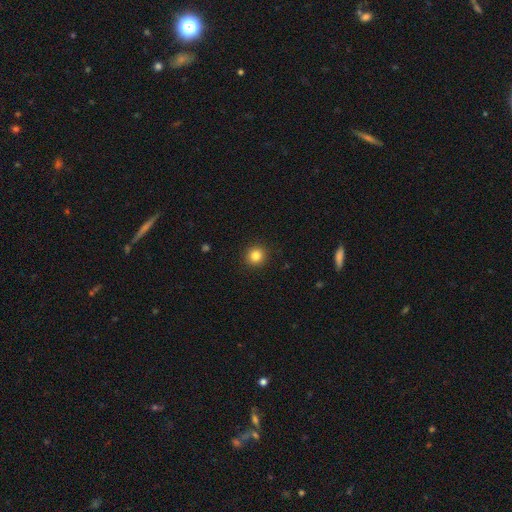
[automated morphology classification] smooth_or_featured: smooth (p=0.84) [alt: star or artifact p=0.11]
how_rounded: round (p=0.91) [alt: in between p=0.08]
merging: none (p=0.92) [alt: minor disturbance p=0.05]